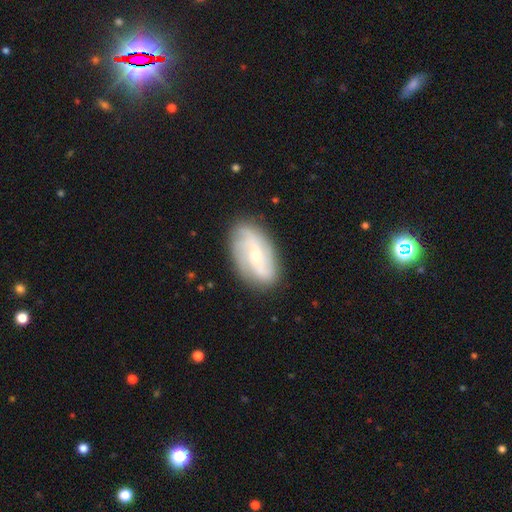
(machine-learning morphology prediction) featured or disk 73%, smooth 20%, star or artifact 7%. Down the decision tree: edge-on disk — no (94%); bar — no (47%); spiral arms — yes (91%); spiral arm count — 2 (44%); spiral winding — loose (39%); bulge size — small (65%); merging — none (82%).